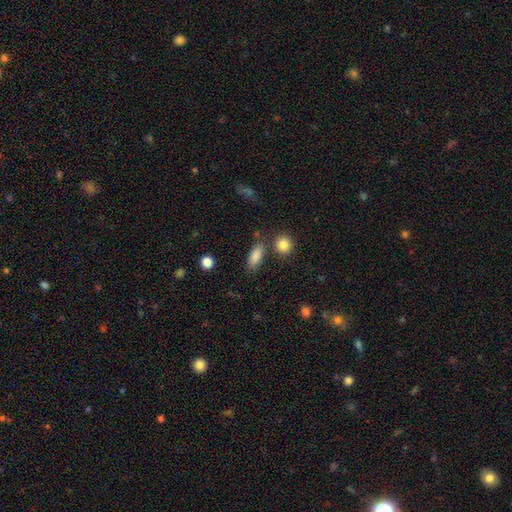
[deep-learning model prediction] Morphology: type=smooth (86%); roundness=in between (76%); merging=none (75%).